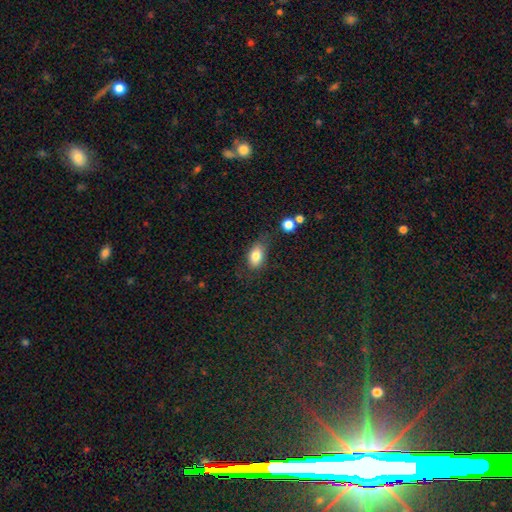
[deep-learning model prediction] Q: Smooth or featured?
A: smooth (81%); runner-up: featured or disk (10%)
Q: How rounded?
A: in between (85%); runner-up: round (12%)
Q: Merging?
A: none (63%); runner-up: minor disturbance (25%)